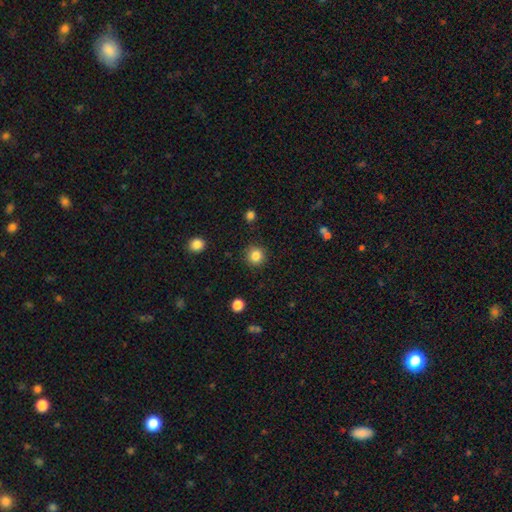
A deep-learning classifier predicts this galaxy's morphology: Smooth or featured? Predicted: smooth (p=0.84). How rounded? Predicted: round (p=0.93). Merging? Predicted: none (p=0.90).